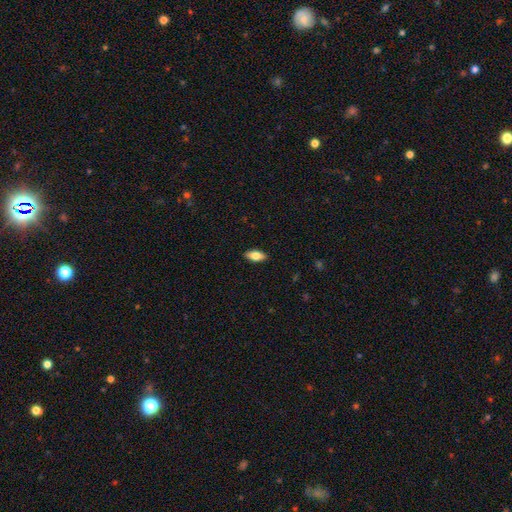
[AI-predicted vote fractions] A smooth galaxy with no disk features (77%) that is in between round and cigar-shaped (86%). Merging: none (90%).